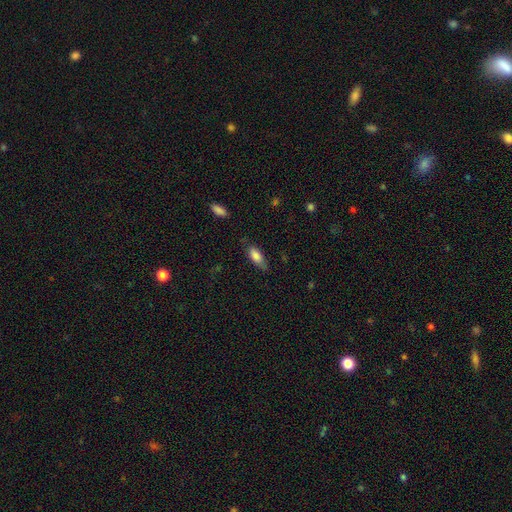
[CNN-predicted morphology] type=smooth (81%); roundness=in between (74%); merging=none (66%).